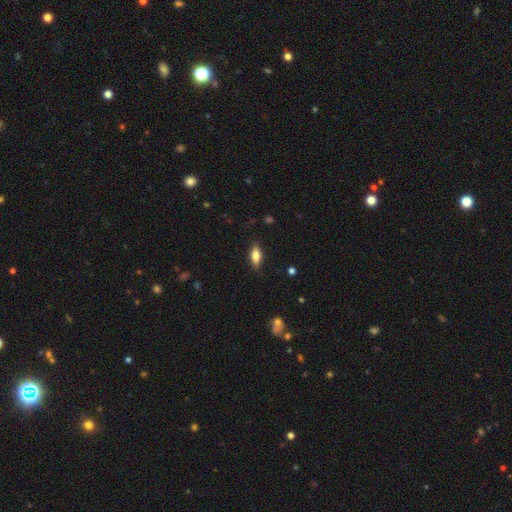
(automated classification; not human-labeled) This is likely a smooth galaxy (72%). How rounded: likely in between (76%). Merging: clearly none (85%).